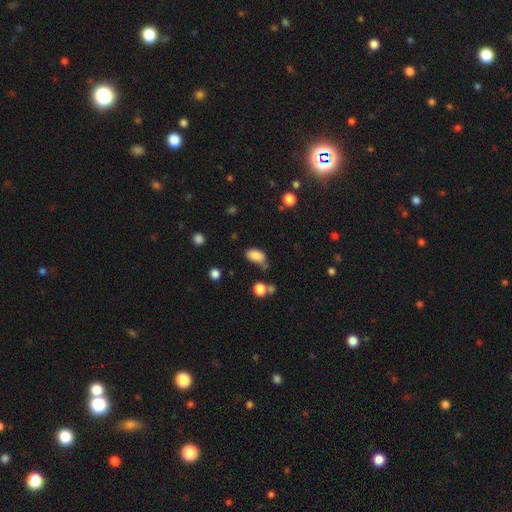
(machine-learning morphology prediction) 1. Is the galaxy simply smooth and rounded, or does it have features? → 85% smooth, 10% star or artifact, 6% featured or disk.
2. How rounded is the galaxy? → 91% in between, 7% round, 2% cigar-shaped.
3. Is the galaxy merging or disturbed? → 56% none, 28% minor disturbance, 9% major disturbance, 8% merger.